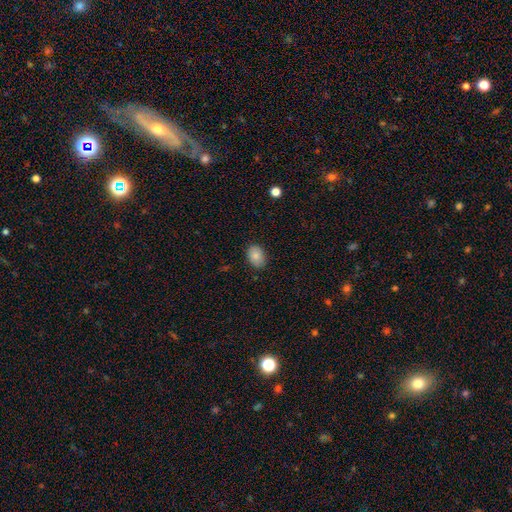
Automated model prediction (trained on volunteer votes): Smooth or featured?
  - smooth: 85% *
  - star or artifact: 8%
  - featured or disk: 8%
How rounded?
  - in between: 73% *
  - round: 26%
  - cigar-shaped: 1%
Merging?
  - none: 87% *
  - minor disturbance: 10%
  - major disturbance: 2%
  - merger: 1%